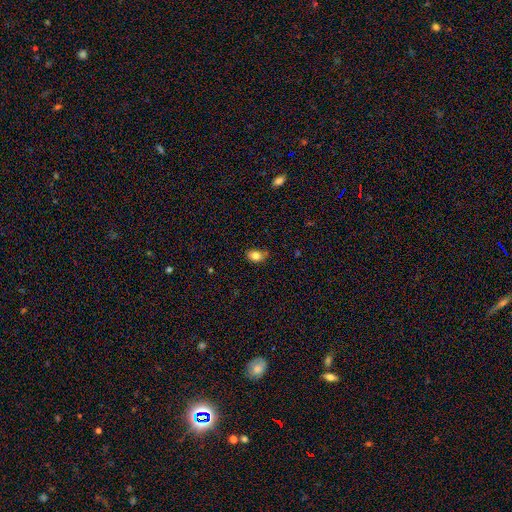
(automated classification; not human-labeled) smooth-or-featured: smooth: 82% | star or artifact: 10% | featured or disk: 8%
  how-rounded: in between: 72% | round: 27% | cigar-shaped: 1%
  merging: none: 69% | minor disturbance: 23% | merger: 4% | major disturbance: 4%